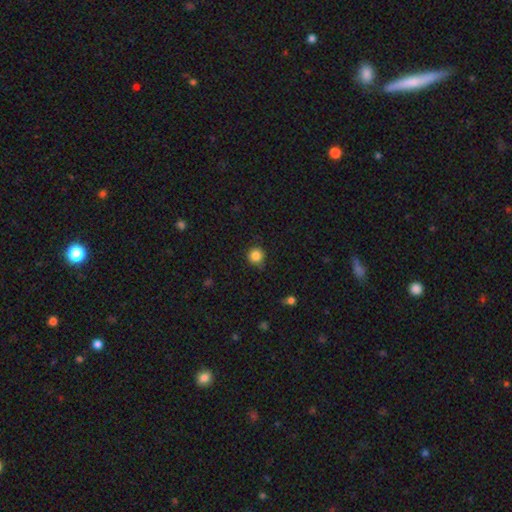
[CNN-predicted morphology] smooth-or-featured: smooth: 85% | star or artifact: 11% | featured or disk: 4%
  how-rounded: round: 93% | in between: 6% | cigar-shaped: 1%
  merging: none: 82% | minor disturbance: 14% | major disturbance: 3% | merger: 1%